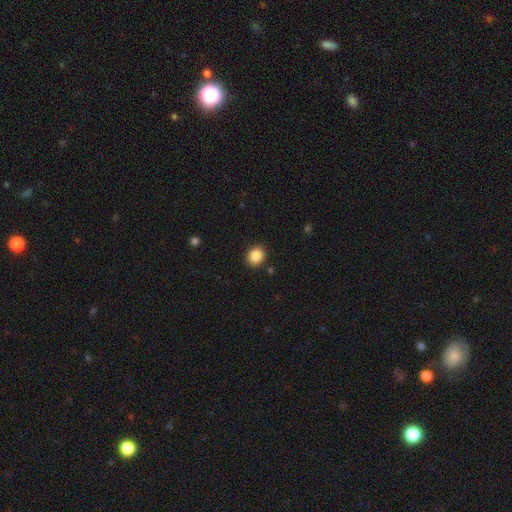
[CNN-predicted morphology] This is clearly a smooth galaxy (88%). How rounded: likely round (67%). Merging: clearly none (90%).